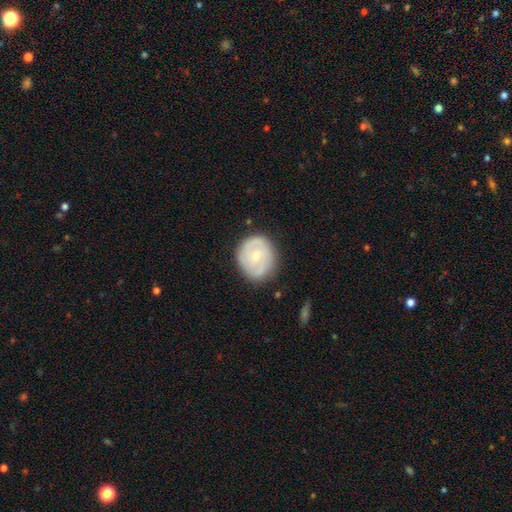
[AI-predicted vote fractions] smooth-or-featured: featured or disk: 59% | smooth: 34% | star or artifact: 7%
  disk-edge-on: no: 97% | yes: 3%
    bar: no: 69% | weak: 26% | strong: 5%
    has-spiral-arms: yes: 71% | no: 29%
    bulge-size: small: 58% | moderate: 39% | none: 1% | large: 1% | dominant: 1%
  merging: none: 78% | minor disturbance: 17% | major disturbance: 4% | merger: 1%